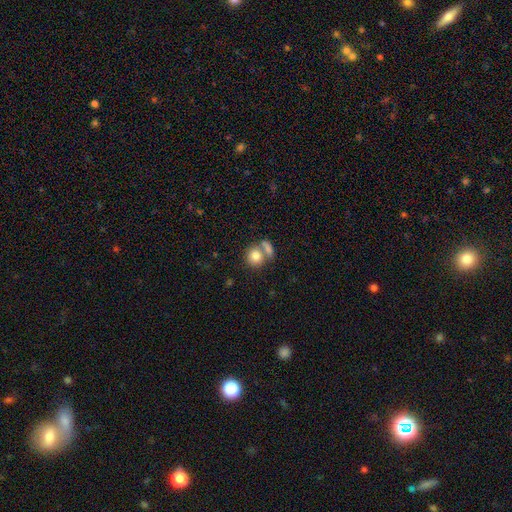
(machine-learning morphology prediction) Overall: smooth (81%). How rounded: round (75%). Merging: merger (44%; none 42%).